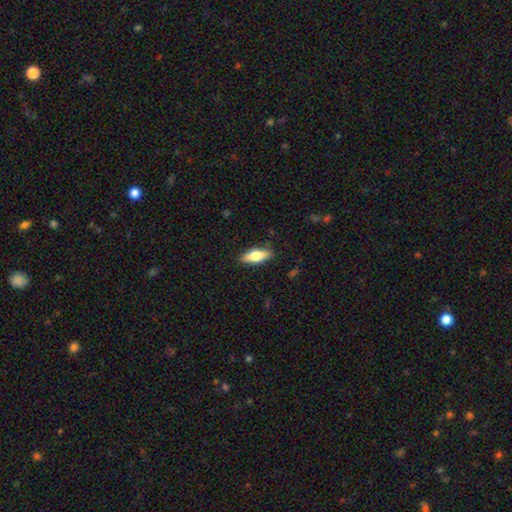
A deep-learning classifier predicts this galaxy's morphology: This appears to be a smooth galaxy with no disk features (63%) that is in between round and cigar-shaped (64%). Merging: none (86%).